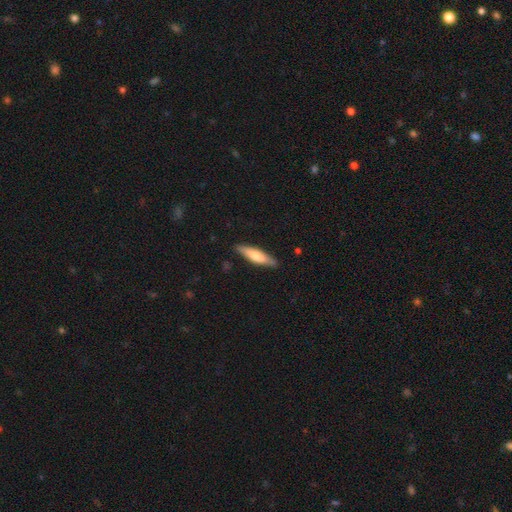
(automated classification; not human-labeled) smooth-or-featured: smooth: 59% | featured or disk: 35% | star or artifact: 5%
  how-rounded: cigar-shaped: 77% | in between: 22% | round: 2%
  merging: none: 87% | minor disturbance: 10% | major disturbance: 2% | merger: 1%